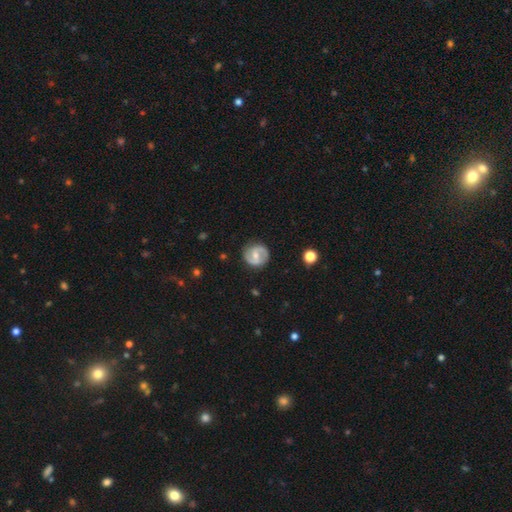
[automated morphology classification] This is likely a featured or disk galaxy (73%). It is clearly not viewed edge-on (98%). Bar: possibly weak (49%). Spiral arm pattern: clearly yes (88%). Spiral arm count: clearly 2 (89%). Spiral winding: possibly medium (48%). Central bulge: possibly moderate (56%). Merging: clearly none (85%).